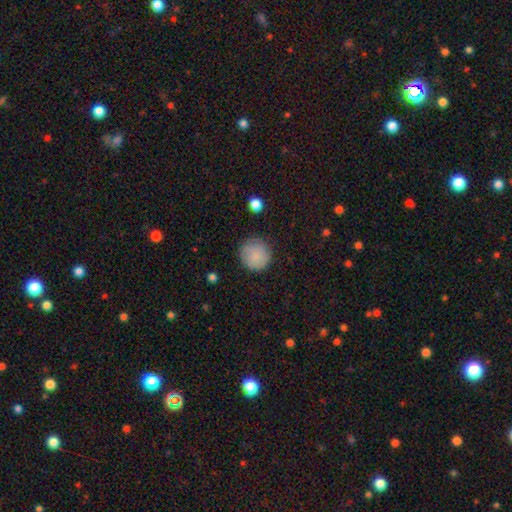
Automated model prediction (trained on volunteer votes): This appears to be a smooth galaxy with no disk features (85%) that is round (94%). Merging: none (82%).